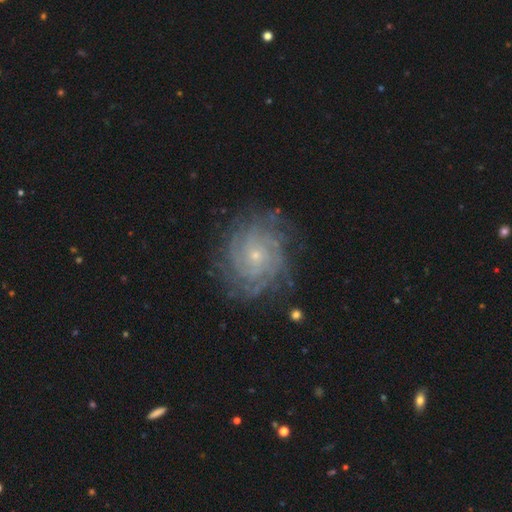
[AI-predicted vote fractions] The model was most divided on "spiral arm count": can't tell: 32%, more than 4: 21%, 4: 19%, 3: 11%, 2: 10%, 1: 8%. More confident: edge-on disk — no (97%); spiral arms — yes (96%); smooth or featured — featured or disk (84%); bulge size — small (82%); merging — none (81%); bar — no (80%); spiral winding — tight (77%).